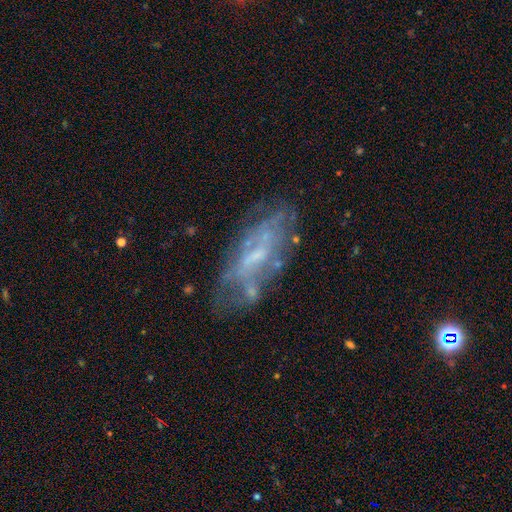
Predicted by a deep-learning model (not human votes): Smooth or featured?
  - featured or disk: 68% *
  - smooth: 22%
  - star or artifact: 10%
Edge-on disk?
  - no: 87% *
  - yes: 13%
Bar?
  - no: 50% *
  - weak: 37%
  - strong: 13%
Spiral arms?
  - no: 58% *
  - yes: 42%
Bulge size?
  - small: 45% *
  - none: 28%
  - moderate: 24%
  - large: 2%
  - dominant: 1%
Merging?
  - none: 56% *
  - minor disturbance: 22%
  - major disturbance: 15%
  - merger: 7%